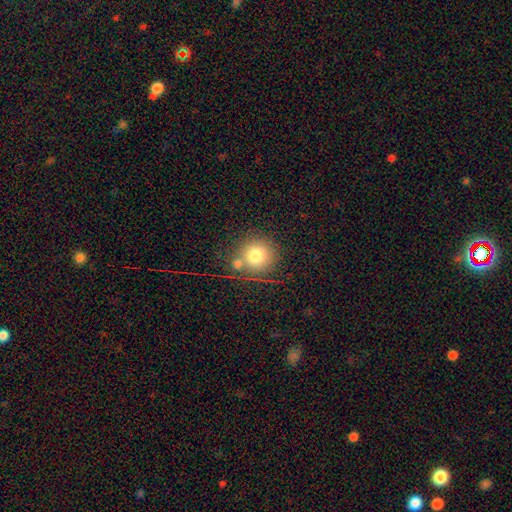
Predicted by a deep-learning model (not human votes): smooth_or_featured: smooth (p=0.76) [alt: star or artifact p=0.12]
how_rounded: round (p=0.92) [alt: in between p=0.07]
merging: none (p=0.65) [alt: merger p=0.18]